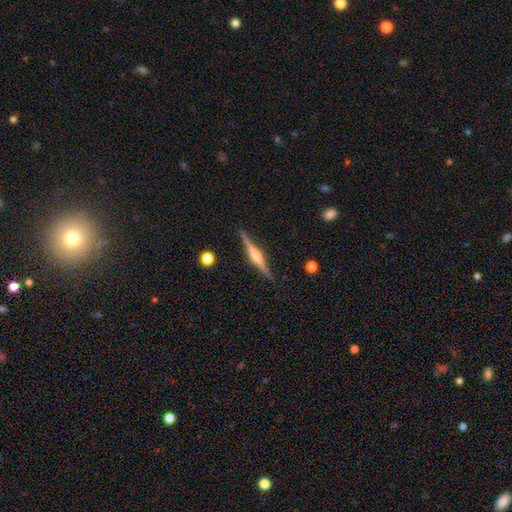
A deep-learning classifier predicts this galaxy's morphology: Smooth or featured: featured or disk — 80% (smooth — 15%)
Edge-on disk: yes — 98% (no — 2%)
Edge-on bulge: rounded — 73% (boxy — 19%)
Merging: none — 90% (minor disturbance — 7%)